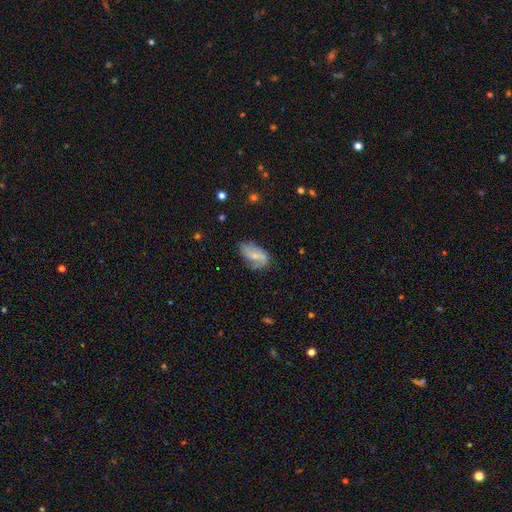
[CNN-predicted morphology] Smooth or featured? featured or disk (60%)
Edge-on disk? no (95%)
Bar? weak (42%)
Spiral arms? yes (82%)
Bulge size? small (63%)
Merging? none (58%)